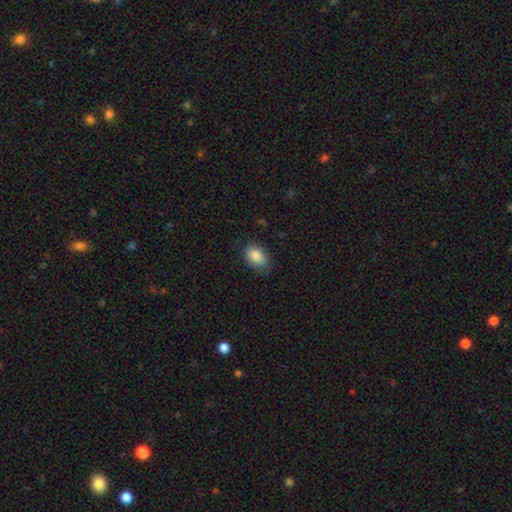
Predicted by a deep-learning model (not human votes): This appears to be a smooth galaxy with no disk features (87%) that is in between round and cigar-shaped (84%). Merging: none (79%).